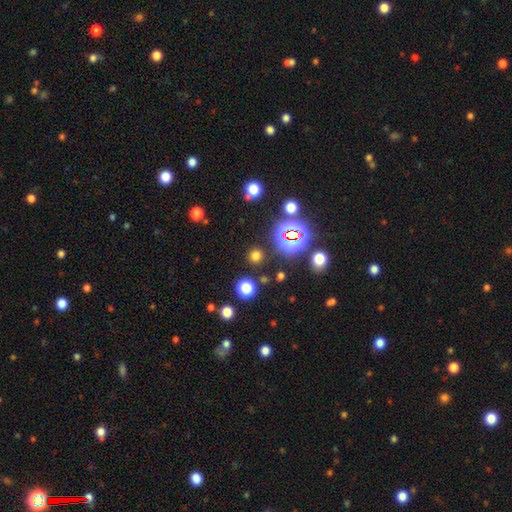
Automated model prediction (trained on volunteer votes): Smooth or featured? Predicted: smooth (p=0.63). How rounded? Predicted: round (p=0.92). Merging? Predicted: none (p=0.87).